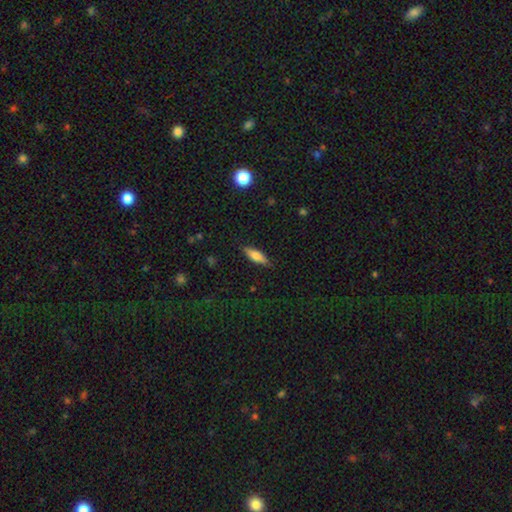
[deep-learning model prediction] smooth 70%, featured or disk 23%, star or artifact 7%. Down the decision tree: how rounded — in between (55%); merging — none (84%).